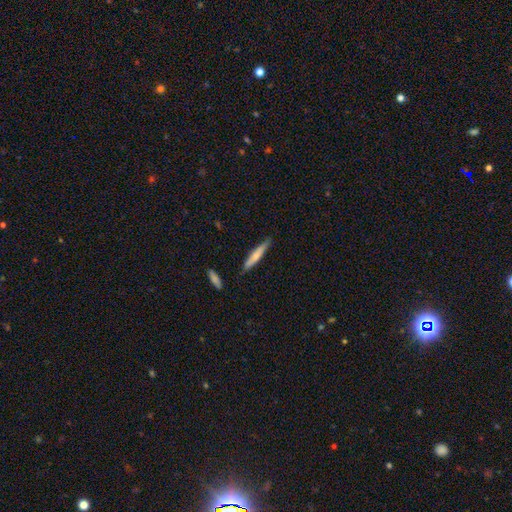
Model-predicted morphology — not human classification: This appears to be a smooth galaxy with no disk features (59%) that is cigar-shaped (92%). Merging: none (84%).